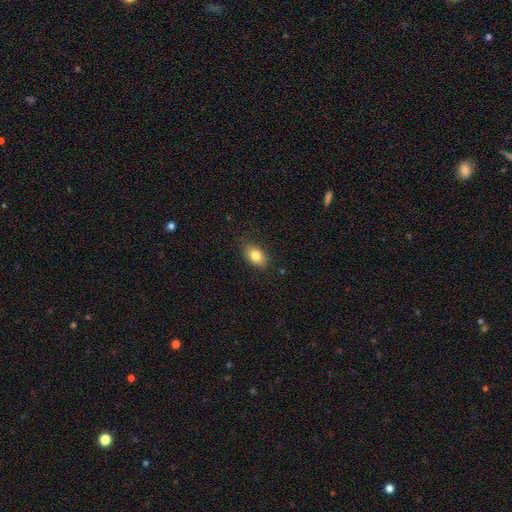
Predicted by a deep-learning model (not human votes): This is clearly a smooth galaxy (82%). How rounded: clearly in between (83%). Merging: clearly none (83%).